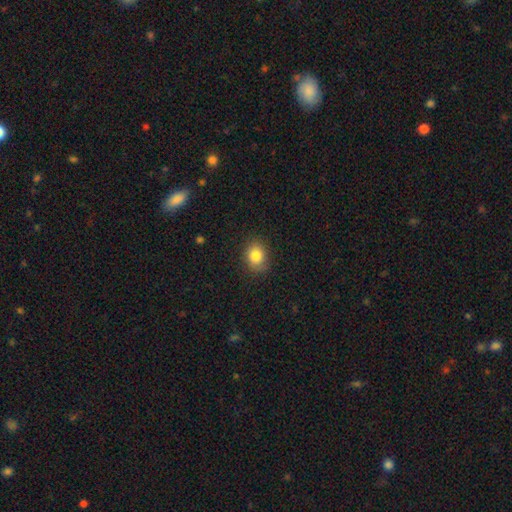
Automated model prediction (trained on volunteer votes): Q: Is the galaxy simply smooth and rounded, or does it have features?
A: smooth — 83%.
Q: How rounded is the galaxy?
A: round — 57%.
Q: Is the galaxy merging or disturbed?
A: none — 84%.